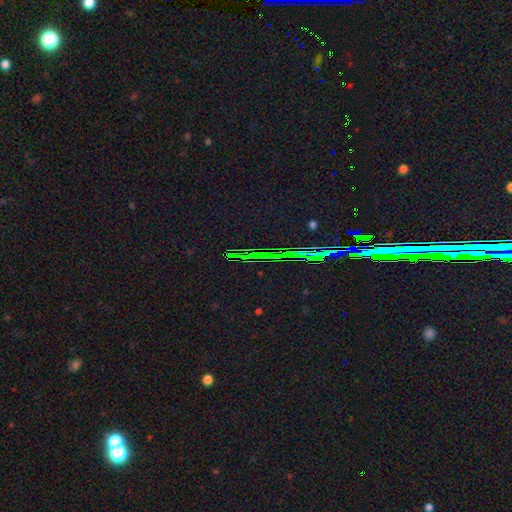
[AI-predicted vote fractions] Smooth or featured? Predicted: star or artifact (p=0.83).